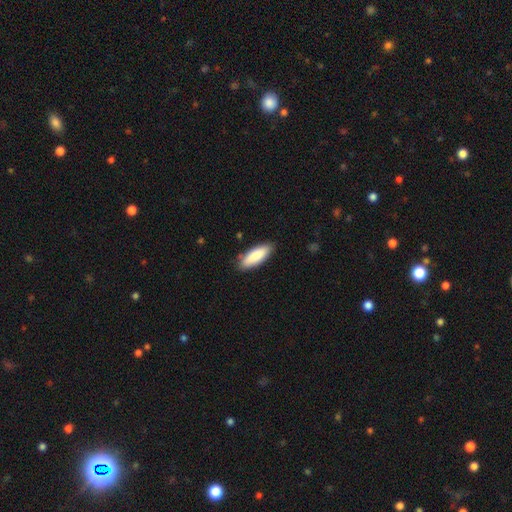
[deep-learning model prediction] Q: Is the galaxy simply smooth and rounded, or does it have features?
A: smooth — 86%.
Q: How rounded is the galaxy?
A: in between — 64%.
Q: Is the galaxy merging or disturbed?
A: none — 86%.